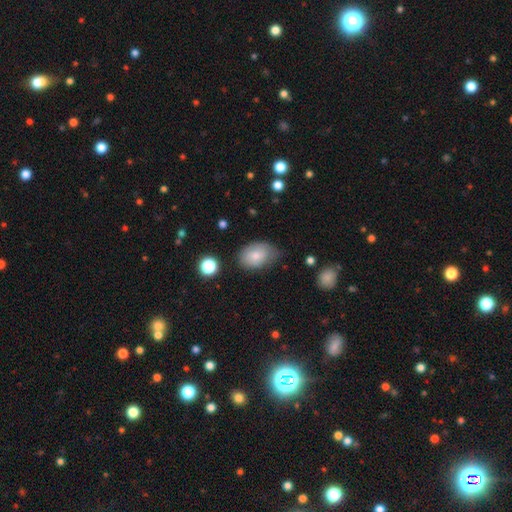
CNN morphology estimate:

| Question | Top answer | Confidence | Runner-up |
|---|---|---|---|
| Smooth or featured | smooth | 75% | featured or disk (17%) |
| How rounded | in between | 81% | round (18%) |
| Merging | none | 54% | minor disturbance (34%) |